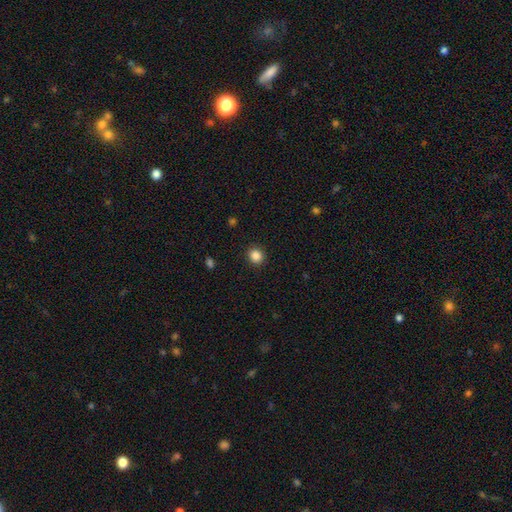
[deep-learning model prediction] A smooth galaxy with no disk features (86%) that is round (86%).

Vote fractions:
- Smooth or featured? smooth: 86% / star or artifact: 11% / featured or disk: 3%
- How rounded? round: 86% / in between: 13% / cigar-shaped: 1%
- Merging? none: 91% / minor disturbance: 6% / major disturbance: 2% / merger: 1%